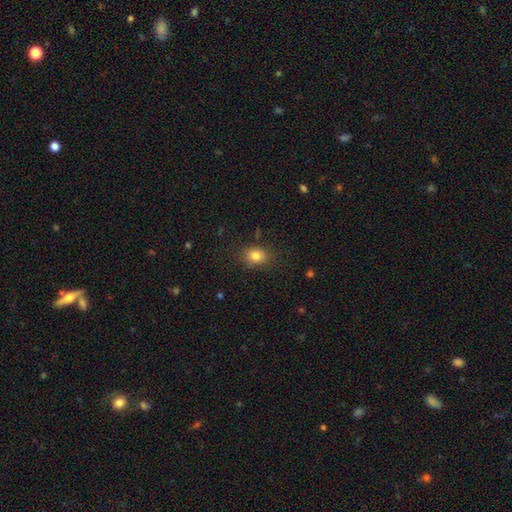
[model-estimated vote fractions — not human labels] Smooth or featured? smooth (83%)
How rounded? in between (58%)
Merging? none (82%)